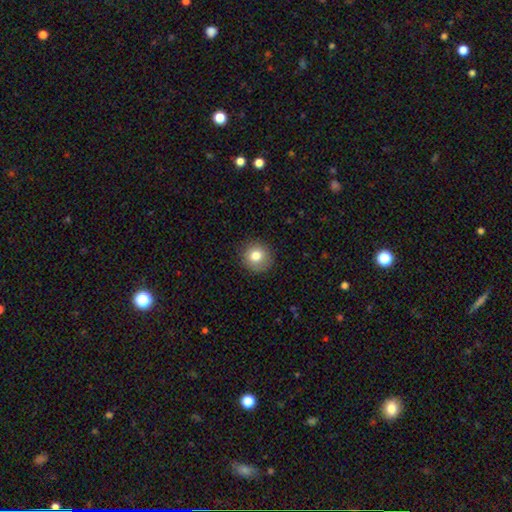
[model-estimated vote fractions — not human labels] This appears to be a smooth galaxy with no disk features (81%) that is round (89%). Merging: none (88%).